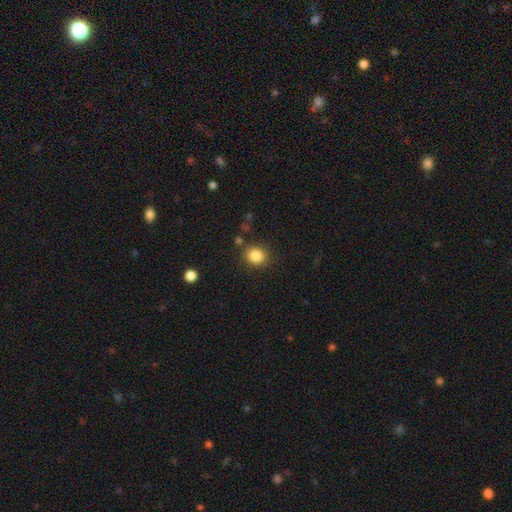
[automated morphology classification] Smooth or featured: smooth — 85% (star or artifact — 10%)
How rounded: round — 72% (in between — 27%)
Merging: none — 83% (minor disturbance — 10%)